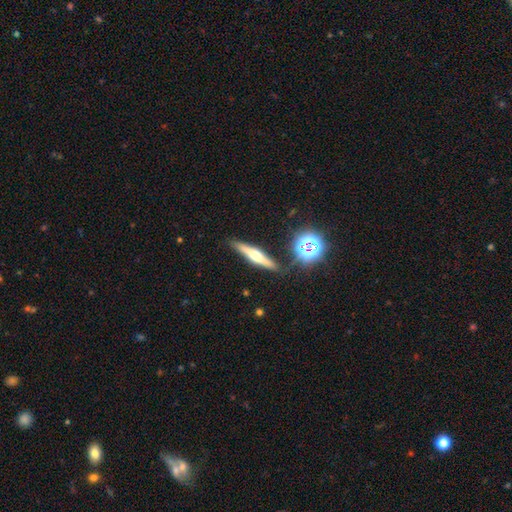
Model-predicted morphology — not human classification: smooth_or_featured: featured or disk (p=0.62) [alt: smooth p=0.29]
disk_edge_on: yes (p=0.95) [alt: no p=0.05]
edge_on_bulge: rounded (p=0.93) [alt: boxy p=0.04]
merging: none (p=0.86) [alt: minor disturbance p=0.09]